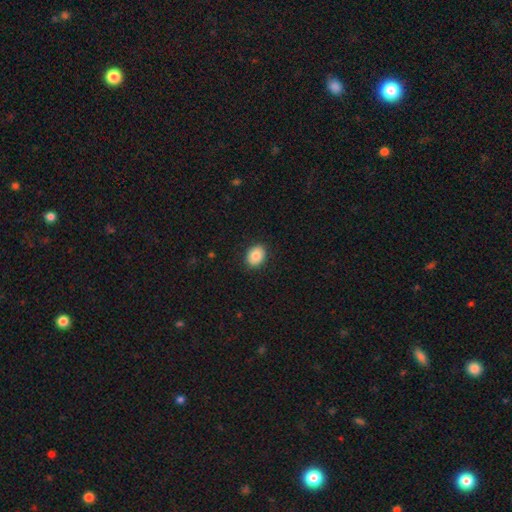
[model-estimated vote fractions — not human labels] This is clearly a smooth galaxy (84%). How rounded: possibly in between (57%). Merging: clearly none (90%).